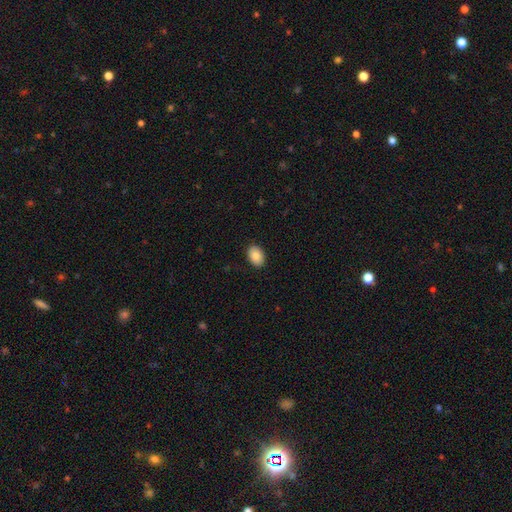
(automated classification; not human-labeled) smooth 88%, star or artifact 7%, featured or disk 5%. Down the decision tree: how rounded — in between (87%); merging — none (90%).